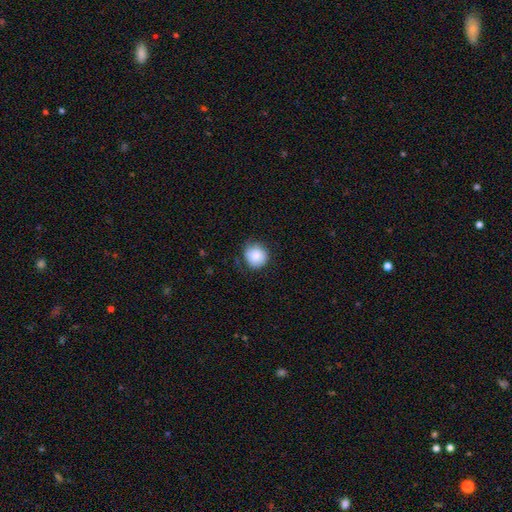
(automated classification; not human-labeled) The model was most divided on "merging": none: 70%, minor disturbance: 23%, major disturbance: 6%, merger: 1%. More confident: how rounded — round (88%); smooth or featured — smooth (85%).